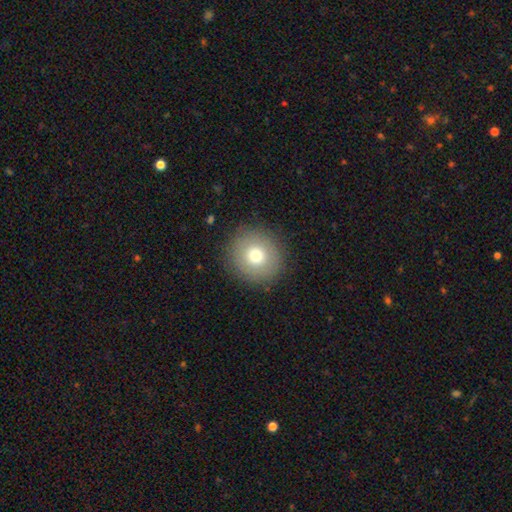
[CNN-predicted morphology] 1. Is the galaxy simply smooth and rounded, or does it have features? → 74% smooth, 14% featured or disk, 12% star or artifact.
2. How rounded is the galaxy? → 93% round, 6% in between, 1% cigar-shaped.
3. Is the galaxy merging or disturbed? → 89% none, 7% minor disturbance, 3% major disturbance, 1% merger.